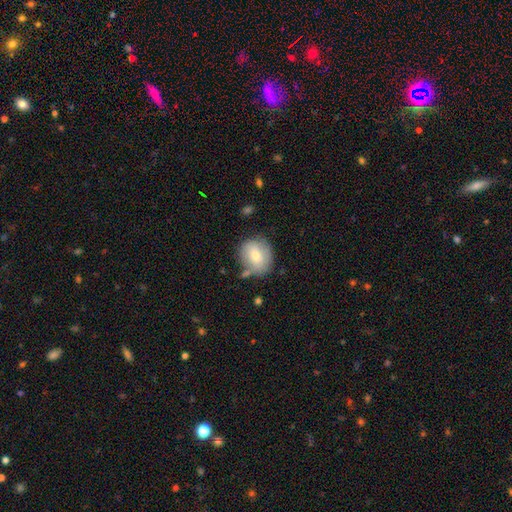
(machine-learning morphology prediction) A smooth galaxy with no disk features (70%) that is round (65%).

Vote fractions:
- Smooth or featured? smooth: 70% / featured or disk: 23% / star or artifact: 7%
- How rounded? round: 65% / in between: 34% / cigar-shaped: 1%
- Merging? none: 67% / minor disturbance: 20% / merger: 7% / major disturbance: 6%